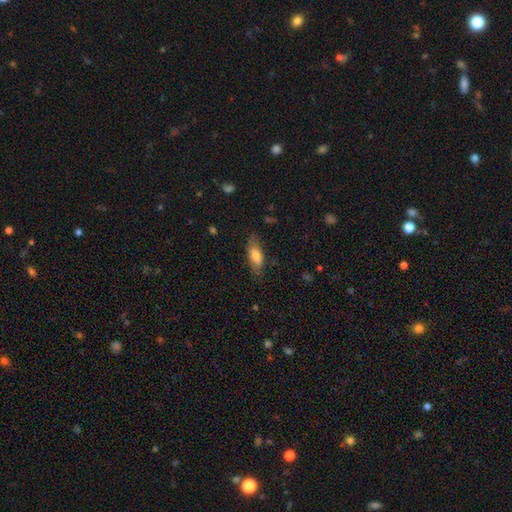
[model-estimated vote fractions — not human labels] This appears to be a smooth galaxy with no disk features (74%) that is in between round and cigar-shaped (70%). Merging: none (71%).